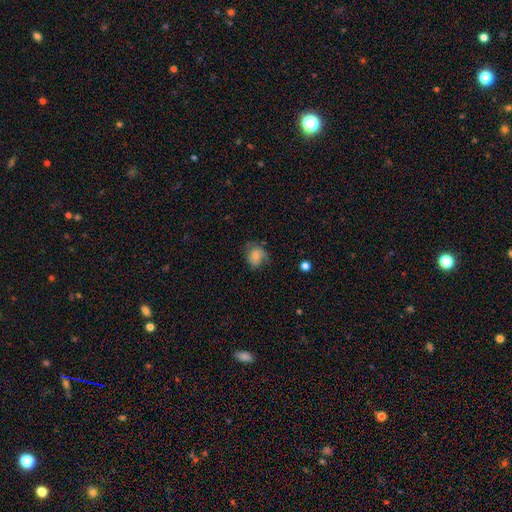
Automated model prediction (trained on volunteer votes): Smooth or featured: smooth — 54% (featured or disk — 36%)
How rounded: round — 54% (in between — 45%)
Merging: none — 51% (minor disturbance — 28%)